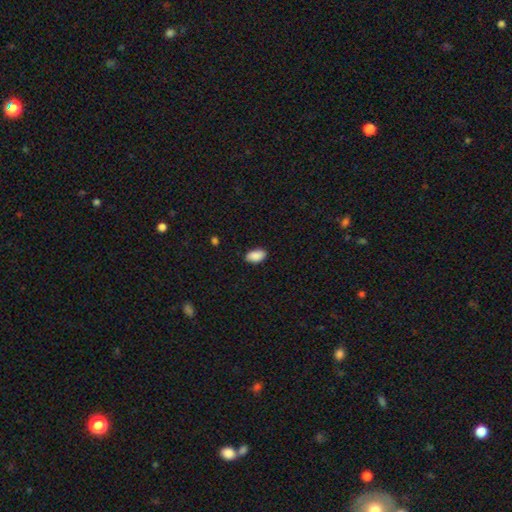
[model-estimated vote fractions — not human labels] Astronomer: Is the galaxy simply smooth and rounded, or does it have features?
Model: smooth — 89%.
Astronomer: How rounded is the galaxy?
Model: in between — 94%.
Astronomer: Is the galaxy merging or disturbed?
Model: none — 87%.